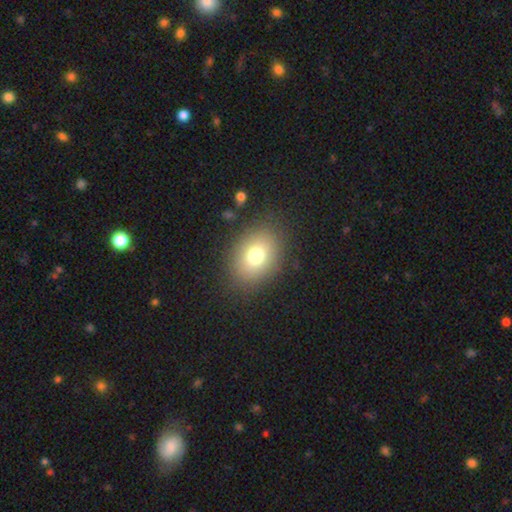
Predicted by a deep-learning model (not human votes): Smooth or featured: smooth — 74% (featured or disk — 13%)
How rounded: in between — 63% (round — 36%)
Merging: none — 84% (minor disturbance — 10%)